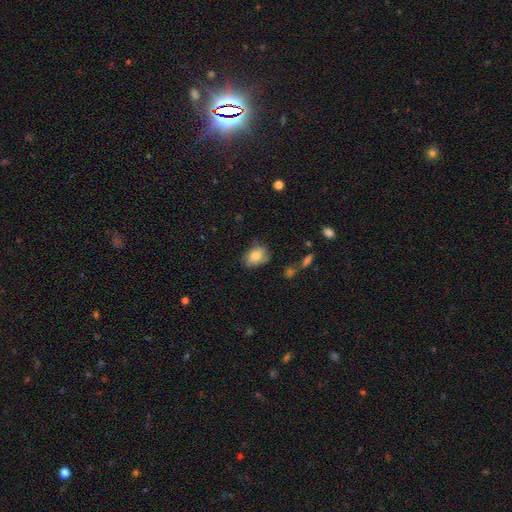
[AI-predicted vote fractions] Smooth or featured? smooth (81%)
How rounded? in between (80%)
Merging? none (66%)